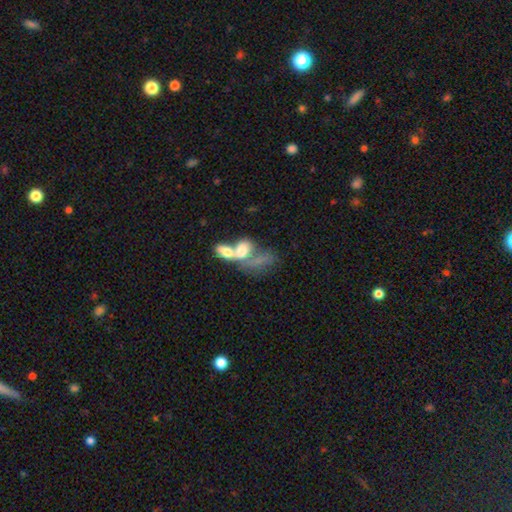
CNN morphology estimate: Q: Smooth or featured?
A: featured or disk (42%); runner-up: smooth (40%)
Q: Merging?
A: merger (49%); runner-up: none (28%)